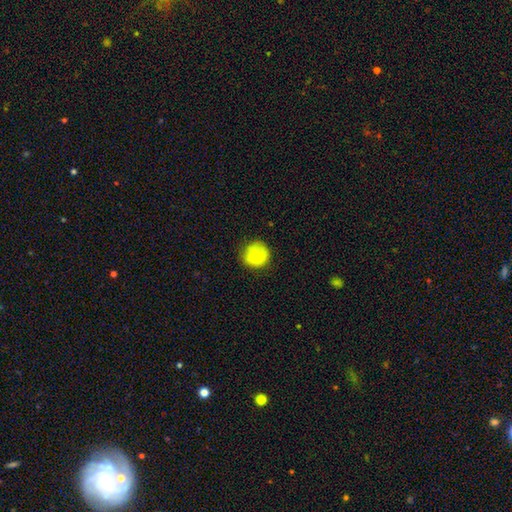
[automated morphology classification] type=smooth (68%); roundness=round (91%); merging=none (78%).